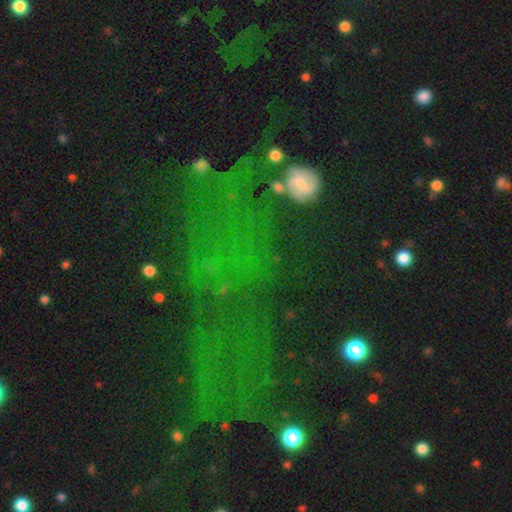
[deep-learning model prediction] Overall: star or artifact (58%; smooth 25%).